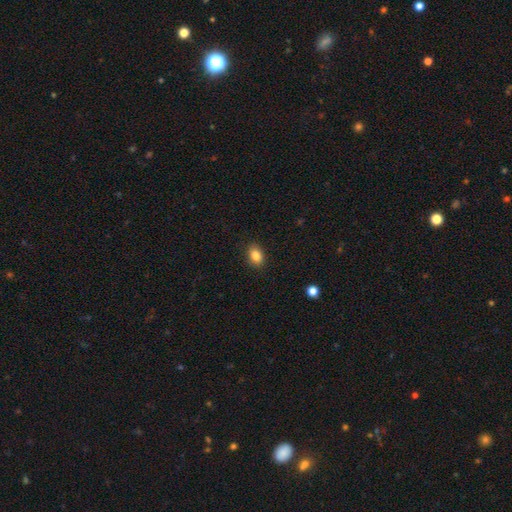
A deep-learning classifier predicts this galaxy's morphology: smooth-or-featured: smooth: 87% | star or artifact: 9% | featured or disk: 5%
  how-rounded: in between: 80% | round: 19% | cigar-shaped: 1%
  merging: none: 88% | minor disturbance: 8% | major disturbance: 2% | merger: 1%